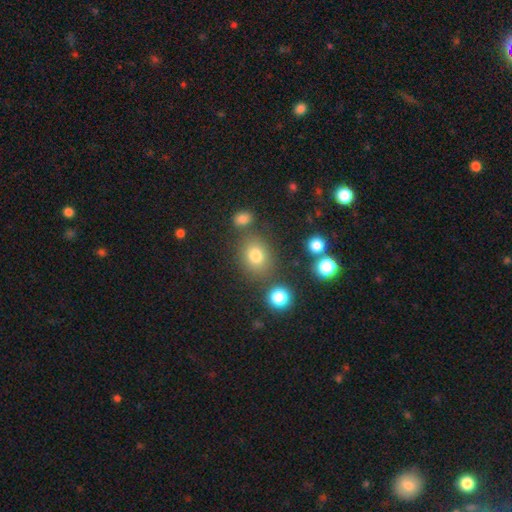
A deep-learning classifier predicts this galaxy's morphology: Smooth or featured?
  - smooth: 76% *
  - star or artifact: 15%
  - featured or disk: 8%
How rounded?
  - round: 59% *
  - in between: 40%
  - cigar-shaped: 1%
Merging?
  - none: 75% *
  - minor disturbance: 12%
  - merger: 9%
  - major disturbance: 5%